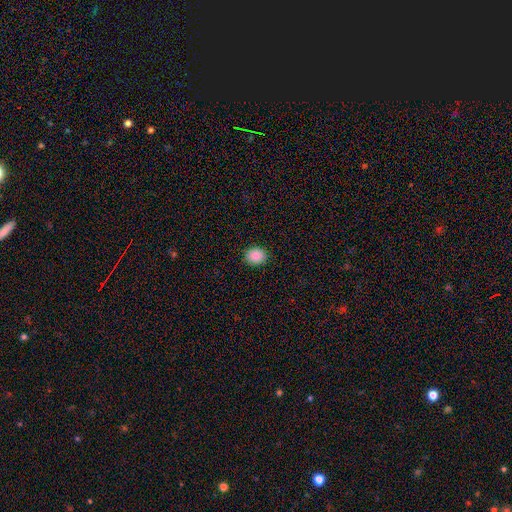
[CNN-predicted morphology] Smooth or featured? Predicted: smooth (p=0.89). How rounded? Predicted: round (p=0.69). Merging? Predicted: none (p=0.90).